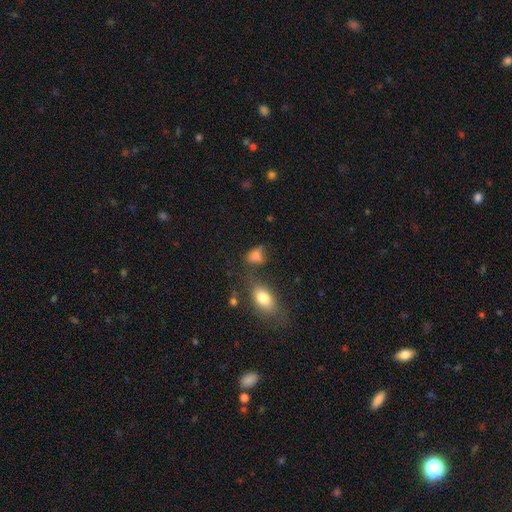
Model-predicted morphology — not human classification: smooth_or_featured: smooth (p=0.75) [alt: star or artifact p=0.13]
how_rounded: in between (p=0.74) [alt: round p=0.23]
merging: none (p=0.46) [alt: minor disturbance p=0.24]